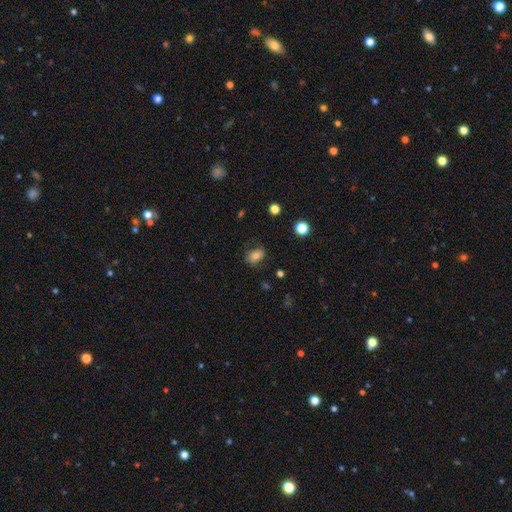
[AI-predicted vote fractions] Morphology: type=smooth (68%); roundness=in between (73%); merging=none (69%).